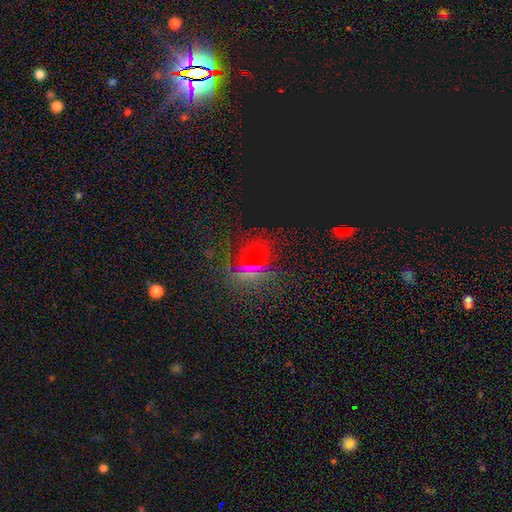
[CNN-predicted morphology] The model was most divided on "smooth or featured": star or artifact: 50%, smooth: 42%, featured or disk: 9%.